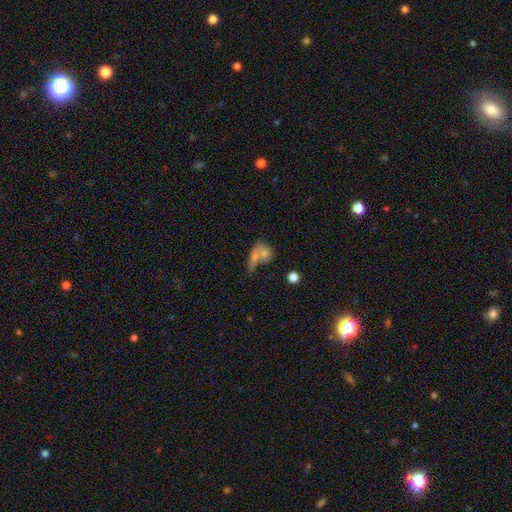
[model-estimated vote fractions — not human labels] smooth 51%, featured or disk 31%, star or artifact 18%. Down the decision tree: how rounded — in between (51%); merging — merger (47%).